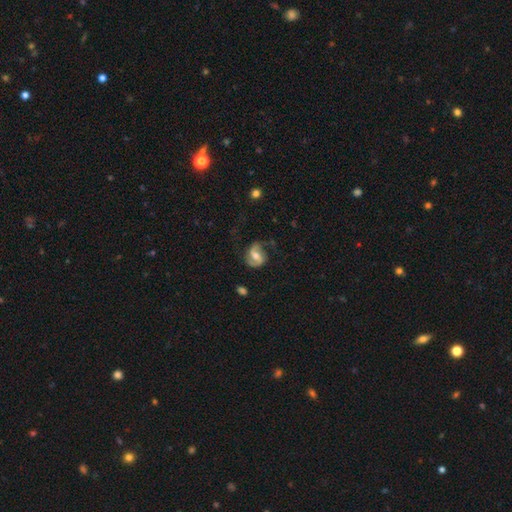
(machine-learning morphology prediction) Q: Smooth or featured?
A: featured or disk (73%); runner-up: smooth (20%)
Q: Edge-on disk?
A: no (97%); runner-up: yes (3%)
Q: Bar?
A: weak (46%); runner-up: strong (27%)
Q: Spiral arms?
A: yes (92%); runner-up: no (8%)
Q: Spiral winding?
A: medium (46%); runner-up: loose (36%)
Q: Spiral arm count?
A: 2 (86%); runner-up: 1 (6%)
Q: Bulge size?
A: moderate (61%); runner-up: small (22%)
Q: Merging?
A: none (65%); runner-up: minor disturbance (20%)